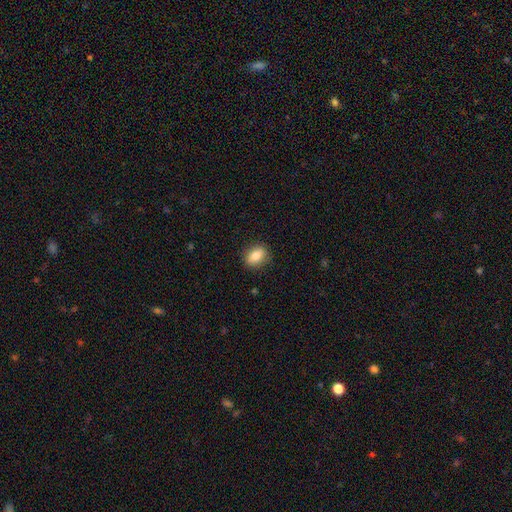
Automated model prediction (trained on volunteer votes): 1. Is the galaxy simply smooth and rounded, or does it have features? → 81% smooth, 11% featured or disk, 8% star or artifact.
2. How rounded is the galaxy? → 68% in between, 29% round, 2% cigar-shaped.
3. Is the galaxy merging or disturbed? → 86% none, 11% minor disturbance, 2% major disturbance, 1% merger.